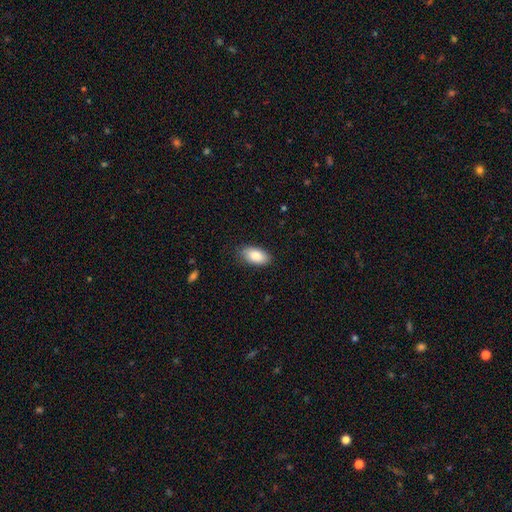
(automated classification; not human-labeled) A smooth galaxy with no disk features (86%) that is in between round and cigar-shaped (93%). Merging: none (83%).